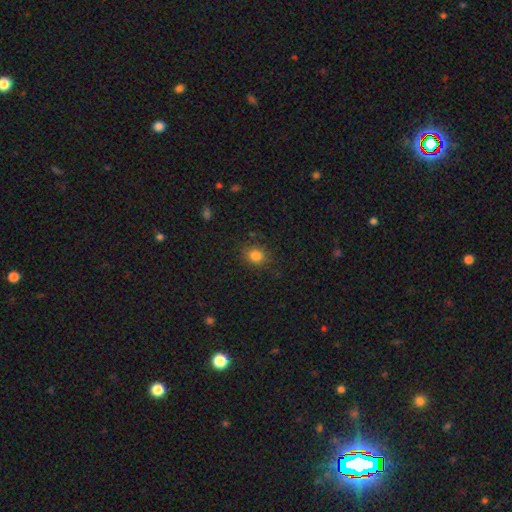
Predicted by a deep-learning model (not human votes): Smooth or featured: smooth — 83% (star or artifact — 12%)
How rounded: round — 57% (in between — 42%)
Merging: none — 84% (minor disturbance — 11%)